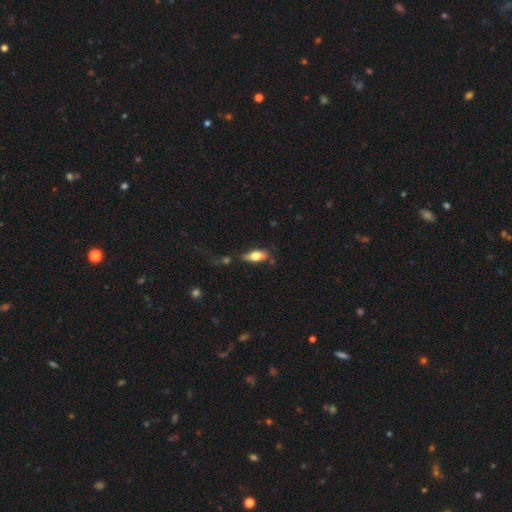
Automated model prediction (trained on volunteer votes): A smooth galaxy with no disk features (68%) that is in between round and cigar-shaped (81%).

Vote fractions:
- Smooth or featured? smooth: 68% / featured or disk: 25% / star or artifact: 7%
- How rounded? in between: 81% / cigar-shaped: 16% / round: 3%
- Merging? none: 59% / minor disturbance: 24% / major disturbance: 10% / merger: 7%